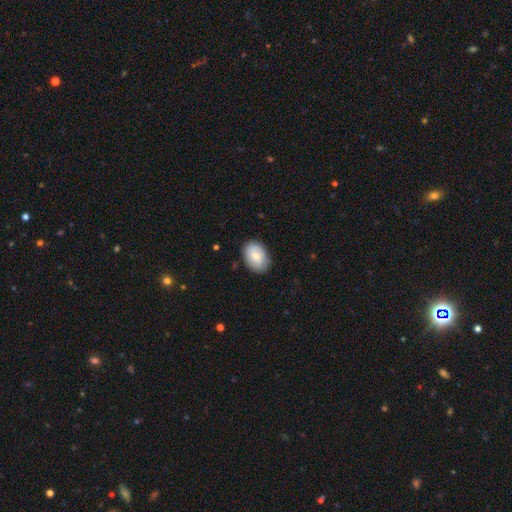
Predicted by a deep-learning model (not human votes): A smooth galaxy with no disk features (78%) that is in between round and cigar-shaped (83%).

Vote fractions:
- Smooth or featured? smooth: 78% / featured or disk: 16% / star or artifact: 6%
- How rounded? in between: 83% / round: 16% / cigar-shaped: 1%
- Merging? none: 82% / minor disturbance: 14% / major disturbance: 3% / merger: 1%